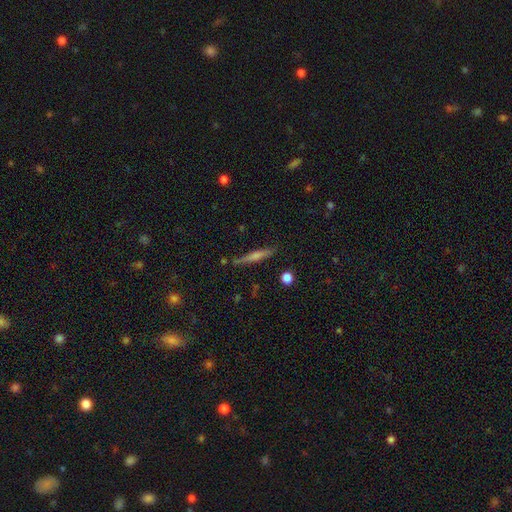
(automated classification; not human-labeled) smooth-or-featured: featured or disk: 52% | smooth: 39% | star or artifact: 8%
  disk-edge-on: yes: 96% | no: 4%
    edge-on-bulge: rounded: 54% | none: 31% | boxy: 15%
  merging: none: 85% | minor disturbance: 10% | merger: 2% | major disturbance: 2%